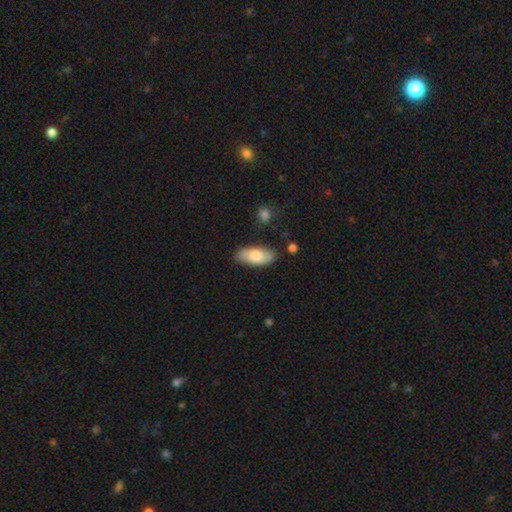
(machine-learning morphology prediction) smooth 79%, featured or disk 16%, star or artifact 6%. Down the decision tree: how rounded — in between (84%); merging — none (80%).